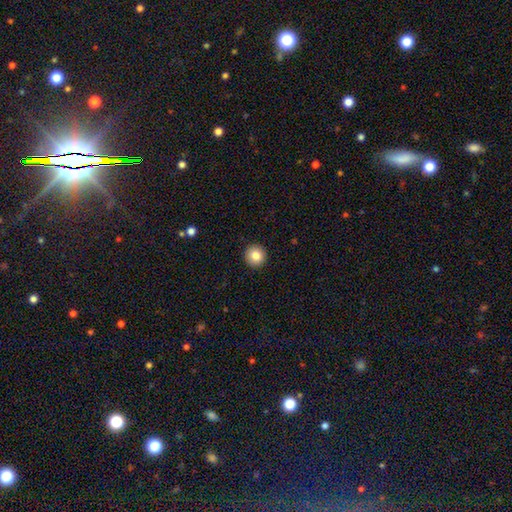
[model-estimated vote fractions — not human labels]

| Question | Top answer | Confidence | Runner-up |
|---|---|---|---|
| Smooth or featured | smooth | 84% | star or artifact (9%) |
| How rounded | round | 95% | in between (4%) |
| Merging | none | 93% | minor disturbance (4%) |